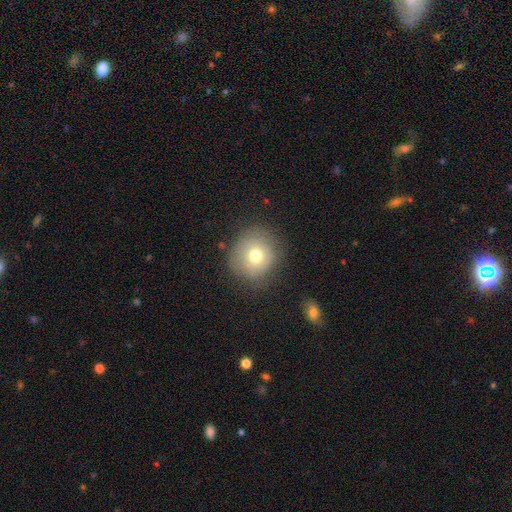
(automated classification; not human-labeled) Smooth or featured? Predicted: smooth (p=0.69). How rounded? Predicted: round (p=0.85). Merging? Predicted: none (p=0.71).